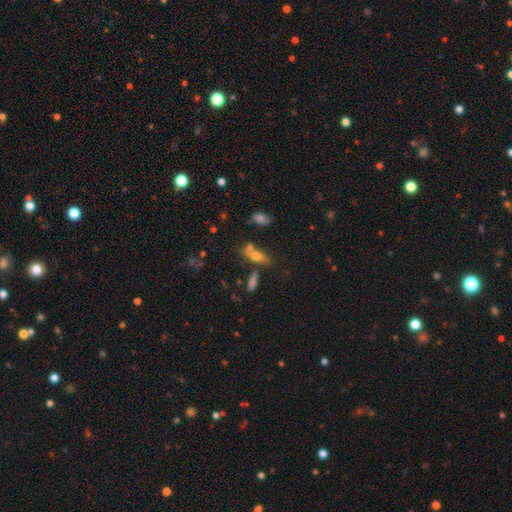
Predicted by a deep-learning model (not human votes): Overall: smooth (55%; featured or disk 31%). How rounded: in between (58%; cigar-shaped 35%). Merging: none (53%; merger 25%).